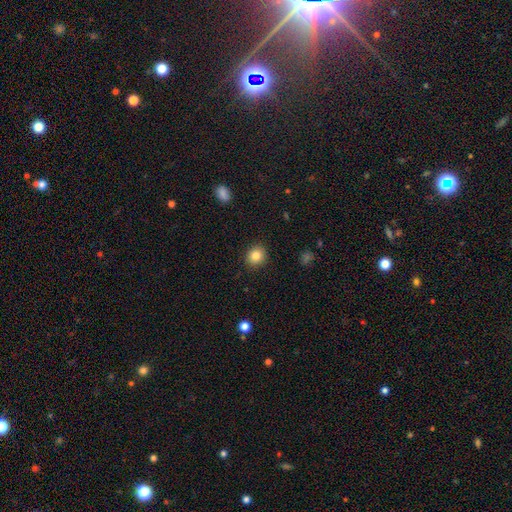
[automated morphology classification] Smooth or featured?
  - smooth: 84% *
  - star or artifact: 10%
  - featured or disk: 6%
How rounded?
  - round: 78% *
  - in between: 21%
  - cigar-shaped: 1%
Merging?
  - none: 90% *
  - minor disturbance: 7%
  - major disturbance: 2%
  - merger: 1%